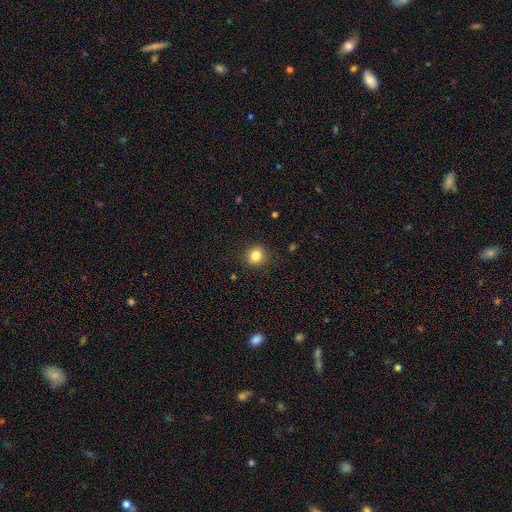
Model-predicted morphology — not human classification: Smooth or featured? smooth (83%)
How rounded? round (84%)
Merging? none (89%)